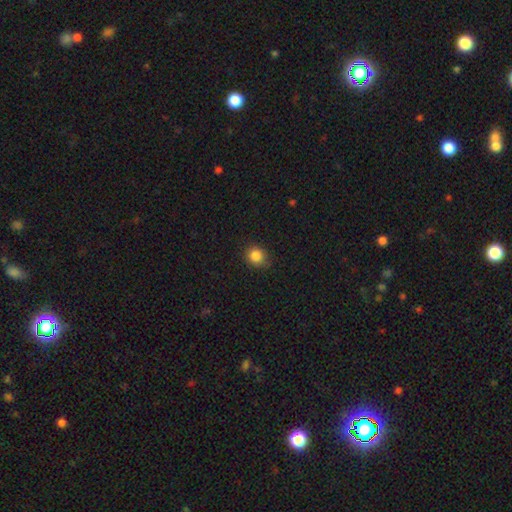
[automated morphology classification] Smooth or featured: smooth — 85% (star or artifact — 11%)
How rounded: round — 78% (in between — 21%)
Merging: none — 82% (minor disturbance — 14%)